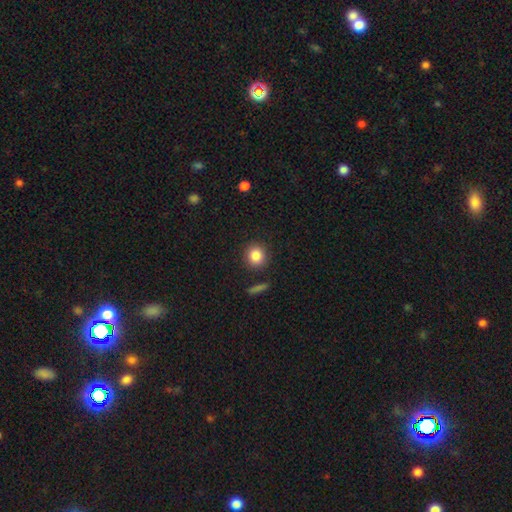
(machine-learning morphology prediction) Smooth or featured: smooth — 85% (star or artifact — 9%)
How rounded: round — 87% (in between — 12%)
Merging: none — 88% (minor disturbance — 7%)